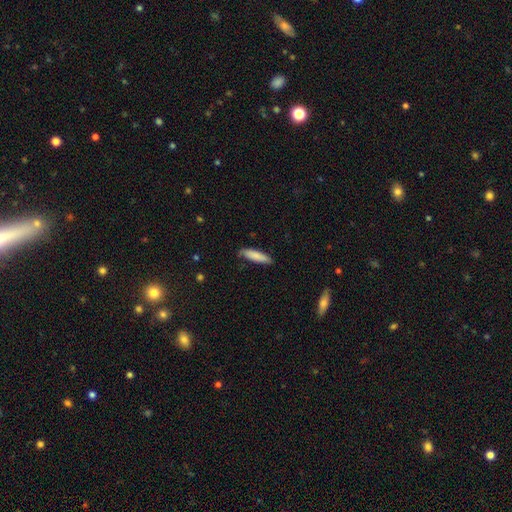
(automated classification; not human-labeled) Q: Smooth or featured?
A: smooth (82%); runner-up: featured or disk (13%)
Q: How rounded?
A: cigar-shaped (71%); runner-up: in between (28%)
Q: Merging?
A: none (77%); runner-up: minor disturbance (19%)